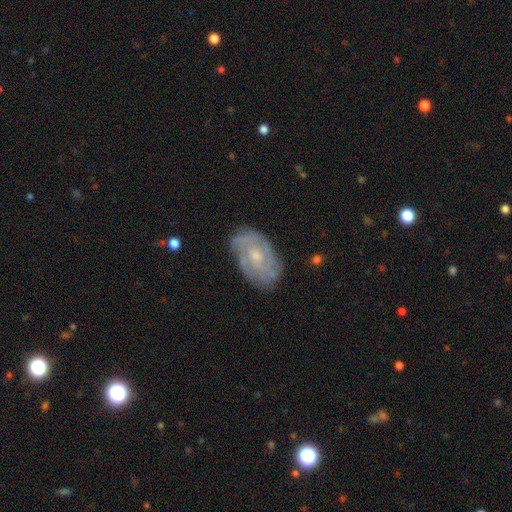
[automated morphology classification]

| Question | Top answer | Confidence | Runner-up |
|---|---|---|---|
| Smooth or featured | featured or disk | 73% | smooth (19%) |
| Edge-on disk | no | 96% | yes (4%) |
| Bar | no | 69% | weak (27%) |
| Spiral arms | yes | 89% | no (11%) |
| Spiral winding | tight | 59% | medium (32%) |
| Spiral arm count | can't tell | 41% | 2 (24%) |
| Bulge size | small | 47% | moderate (45%) |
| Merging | none | 76% | minor disturbance (18%) |